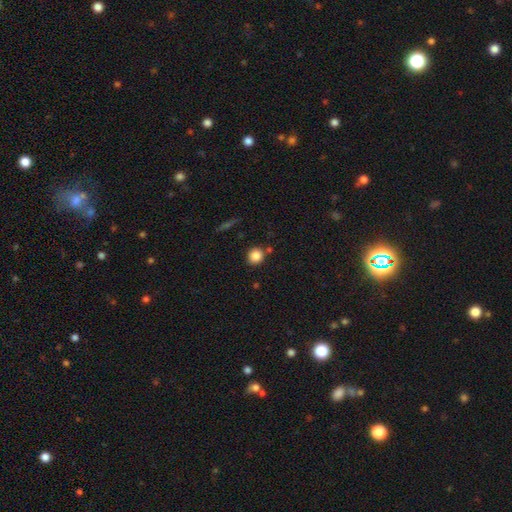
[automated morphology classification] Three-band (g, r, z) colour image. It shows a smooth galaxy with no disk features (85%) that is round (88%). Merging: none (80%).